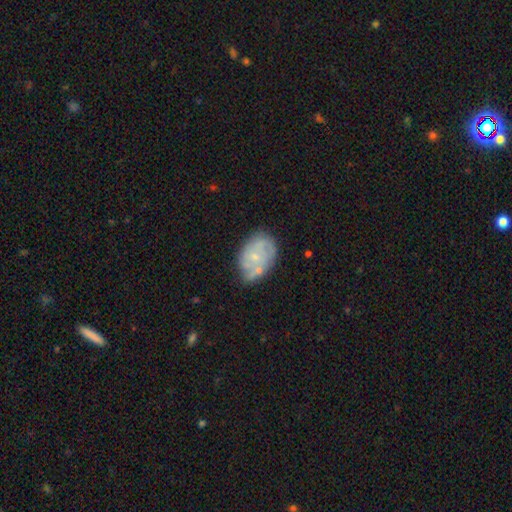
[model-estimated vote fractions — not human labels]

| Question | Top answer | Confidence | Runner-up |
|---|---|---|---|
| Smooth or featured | featured or disk | 57% | smooth (36%) |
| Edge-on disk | no | 97% | yes (3%) |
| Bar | no | 77% | weak (20%) |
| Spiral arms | yes | 58% | no (42%) |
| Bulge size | small | 69% | moderate (20%) |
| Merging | none | 48% | minor disturbance (30%) |